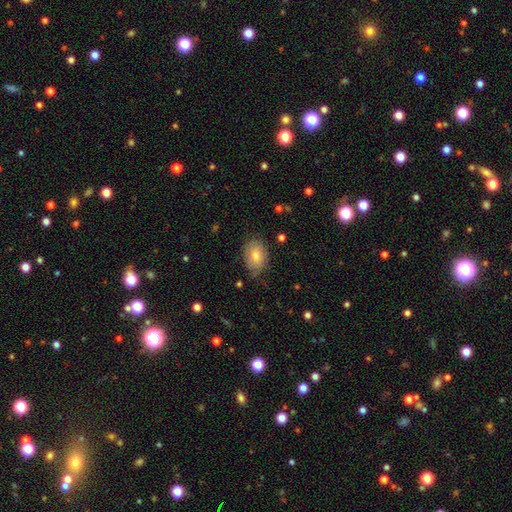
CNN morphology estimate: Q: Smooth or featured?
A: smooth (73%); runner-up: featured or disk (18%)
Q: How rounded?
A: in between (85%); runner-up: round (14%)
Q: Merging?
A: none (73%); runner-up: minor disturbance (22%)